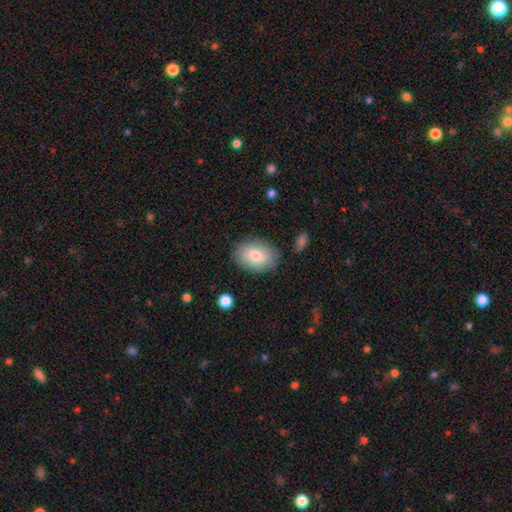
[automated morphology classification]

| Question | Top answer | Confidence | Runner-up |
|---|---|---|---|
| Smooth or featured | smooth | 78% | featured or disk (15%) |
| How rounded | in between | 82% | round (17%) |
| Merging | none | 84% | minor disturbance (12%) |